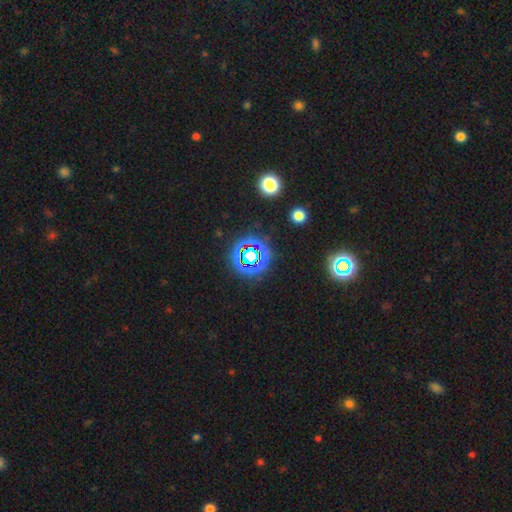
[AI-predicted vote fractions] smooth_or_featured: star or artifact (p=0.72) [alt: smooth p=0.18]